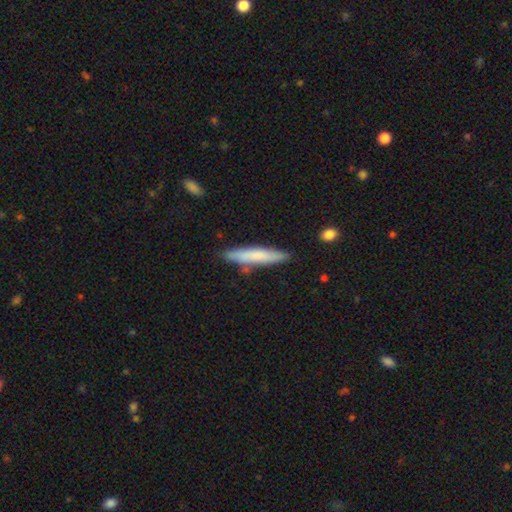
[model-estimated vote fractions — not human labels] Smooth or featured? Predicted: smooth (p=0.71). How rounded? Predicted: cigar-shaped (p=0.91). Merging? Predicted: none (p=0.82).